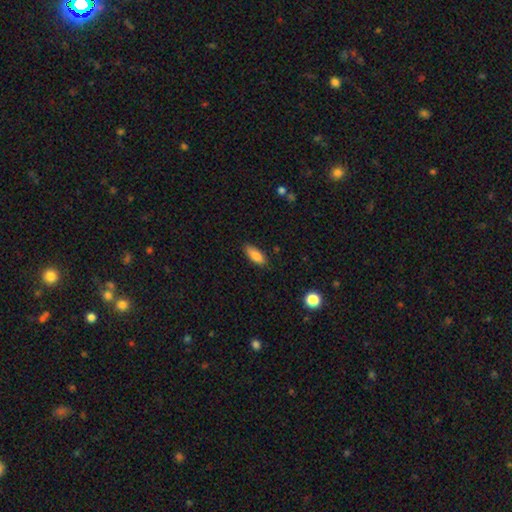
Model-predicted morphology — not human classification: A smooth galaxy with no disk features (84%) that is in between round and cigar-shaped (78%). Merging: none (84%).